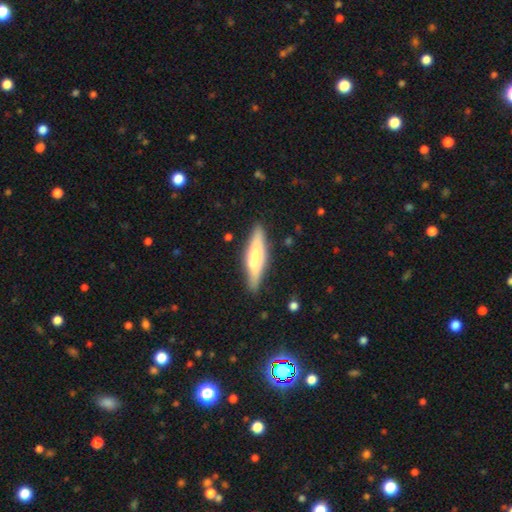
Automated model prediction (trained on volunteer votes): A smooth galaxy with no disk features (49%).

Vote fractions:
- Smooth or featured? smooth: 49% / featured or disk: 45% / star or artifact: 6%
- Merging? none: 85% / minor disturbance: 11% / major disturbance: 2% / merger: 2%